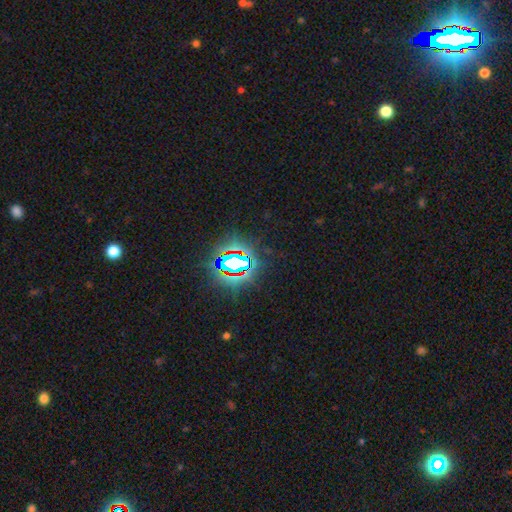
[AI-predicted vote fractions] Smooth or featured?
  - star or artifact: 82% *
  - smooth: 12%
  - featured or disk: 7%